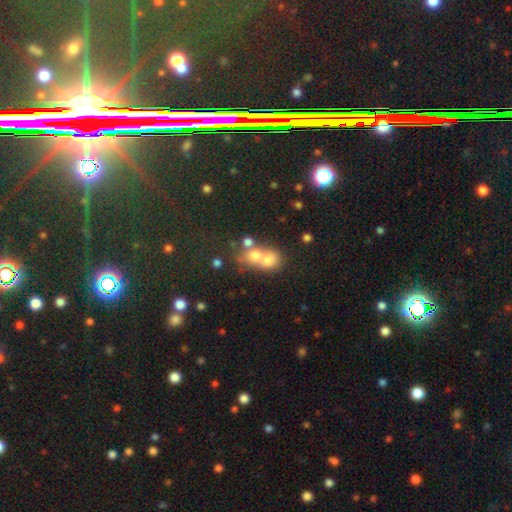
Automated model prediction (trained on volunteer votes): Smooth or featured? smooth (64%)
How rounded? round (63%)
Merging? merger (66%)